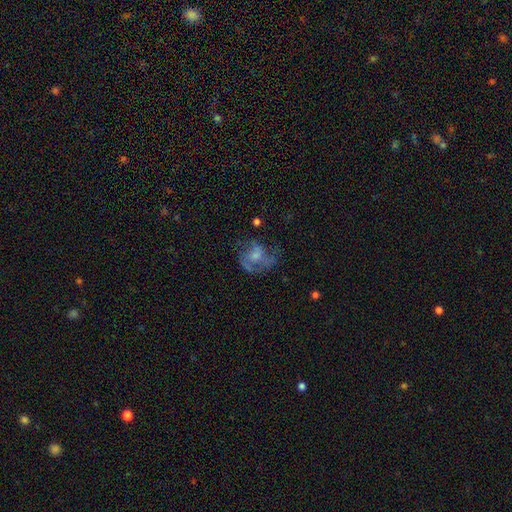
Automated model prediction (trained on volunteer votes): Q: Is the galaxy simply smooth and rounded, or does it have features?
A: featured or disk — 56%.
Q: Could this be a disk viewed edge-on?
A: no — 98%.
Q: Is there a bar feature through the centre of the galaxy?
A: no — 75%.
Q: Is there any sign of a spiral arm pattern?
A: yes — 61%.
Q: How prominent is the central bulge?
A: small — 38%.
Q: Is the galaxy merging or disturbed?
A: none — 41%.